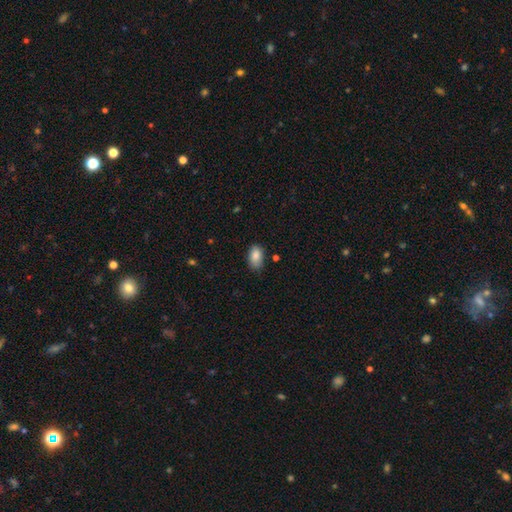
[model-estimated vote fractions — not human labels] smooth_or_featured: smooth (p=0.87) [alt: star or artifact p=0.07]
how_rounded: in between (p=0.92) [alt: round p=0.07]
merging: none (p=0.74) [alt: minor disturbance p=0.21]